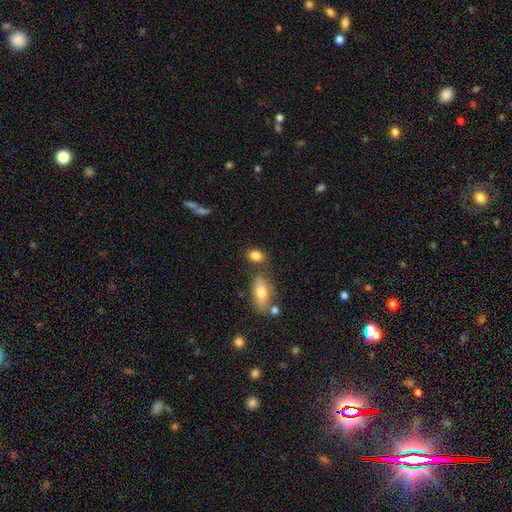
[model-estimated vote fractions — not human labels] This appears to be a smooth galaxy with no disk features (84%) that is in between round and cigar-shaped (69%). Merging: none (69%).